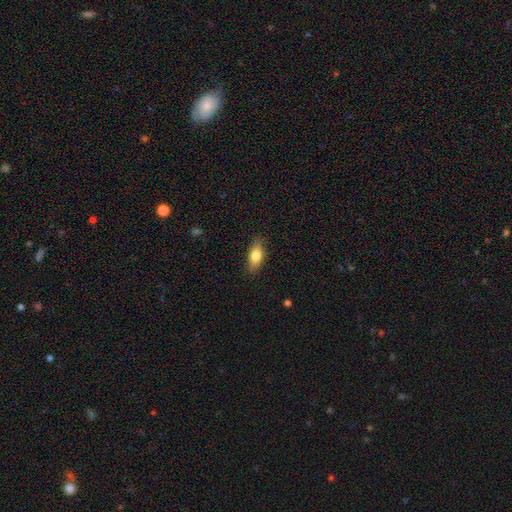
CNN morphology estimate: The model was most divided on "smooth or featured": smooth: 77%, featured or disk: 15%, star or artifact: 7%. More confident: merging — none (85%); how rounded — in between (82%).